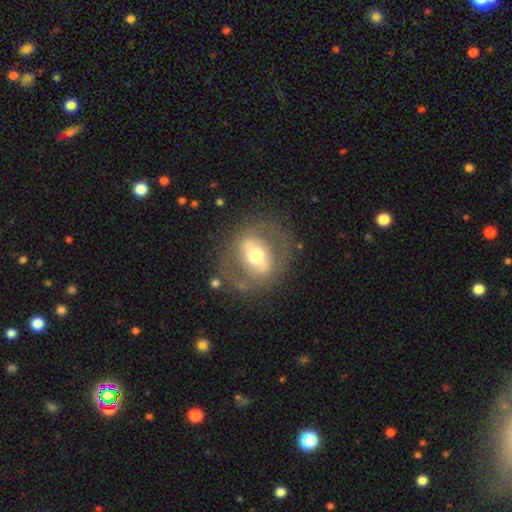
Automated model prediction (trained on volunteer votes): The model was most divided on "bar": strong: 52%, weak: 26%, no: 22%. More confident: edge-on disk — no (89%); spiral arms — no (76%); merging — none (75%); bulge size — moderate (66%); smooth or featured — featured or disk (60%).